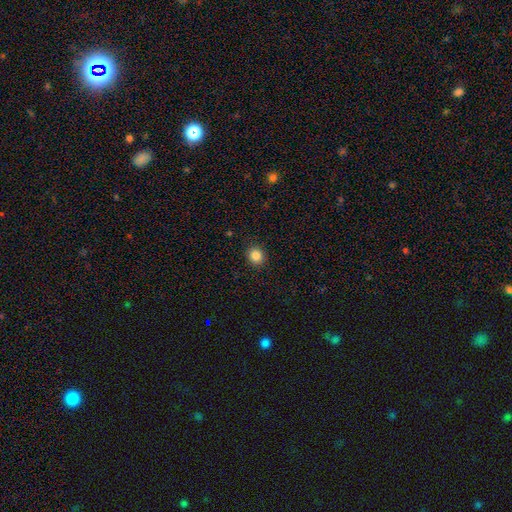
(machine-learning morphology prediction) This is clearly a smooth galaxy (85%). How rounded: clearly round (80%). Merging: clearly none (90%).